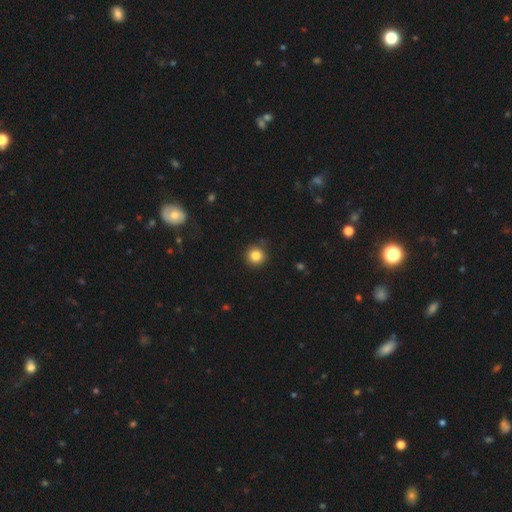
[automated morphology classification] This appears to be a smooth galaxy with no disk features (84%) that is round (94%). Merging: none (88%).